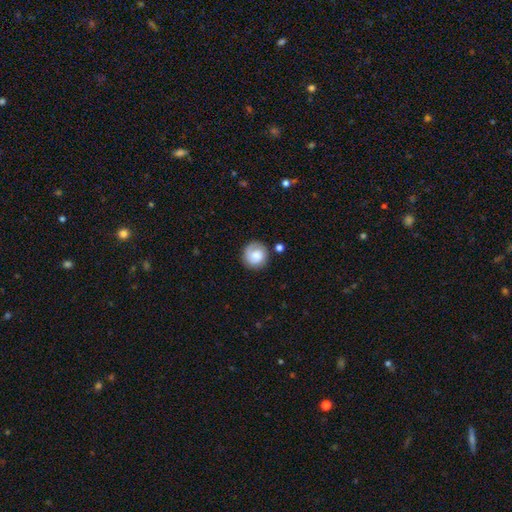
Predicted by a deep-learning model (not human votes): Q: Smooth or featured?
A: smooth (71%); runner-up: featured or disk (22%)
Q: How rounded?
A: round (91%); runner-up: in between (8%)
Q: Merging?
A: none (75%); runner-up: minor disturbance (16%)